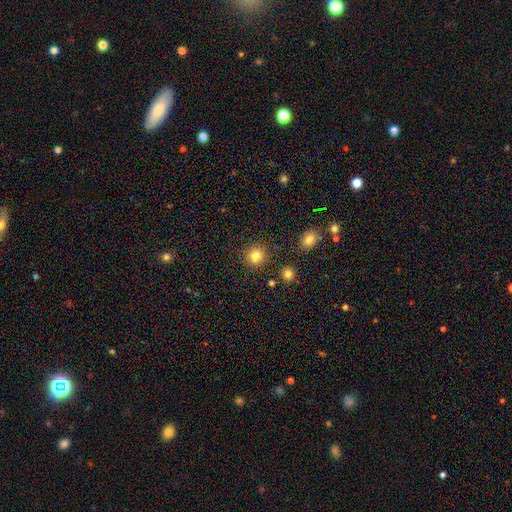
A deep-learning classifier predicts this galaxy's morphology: smooth 82%, star or artifact 12%, featured or disk 6%. Down the decision tree: how rounded — round (88%); merging — none (84%).